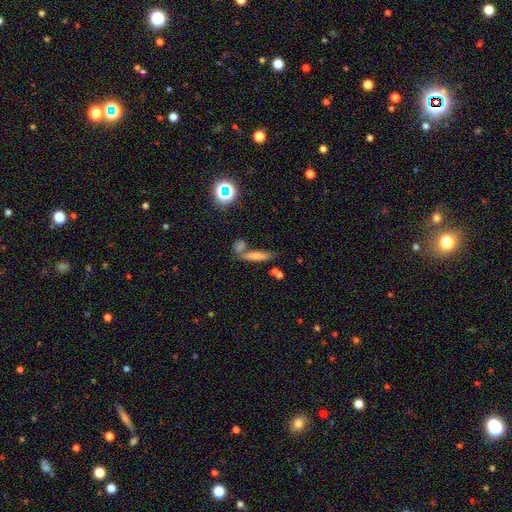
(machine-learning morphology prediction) Smooth or featured: smooth — 63% (featured or disk — 24%)
How rounded: cigar-shaped — 73% (in between — 22%)
Merging: none — 53% (merger — 29%)